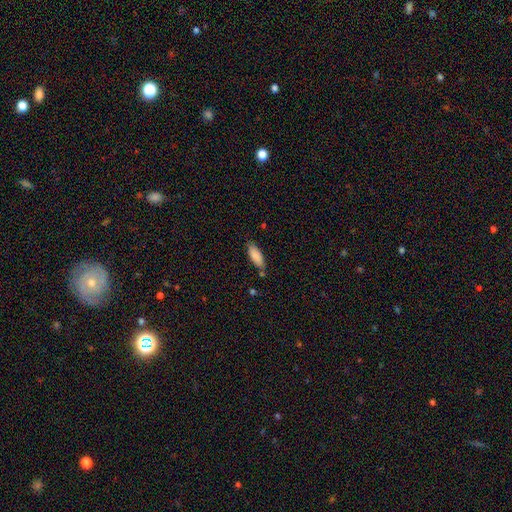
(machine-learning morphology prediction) A smooth galaxy with no disk features (87%) that is in between round and cigar-shaped (73%).

Vote fractions:
- Smooth or featured? smooth: 87% / star or artifact: 6% / featured or disk: 6%
- How rounded? in between: 73% / cigar-shaped: 25% / round: 2%
- Merging? none: 74% / minor disturbance: 17% / merger: 5% / major disturbance: 3%